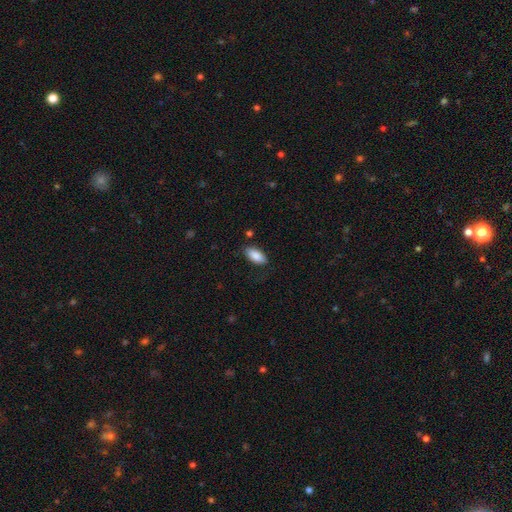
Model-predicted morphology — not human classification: smooth 87%, star or artifact 6%, featured or disk 6%. Down the decision tree: how rounded — in between (90%); merging — none (81%).